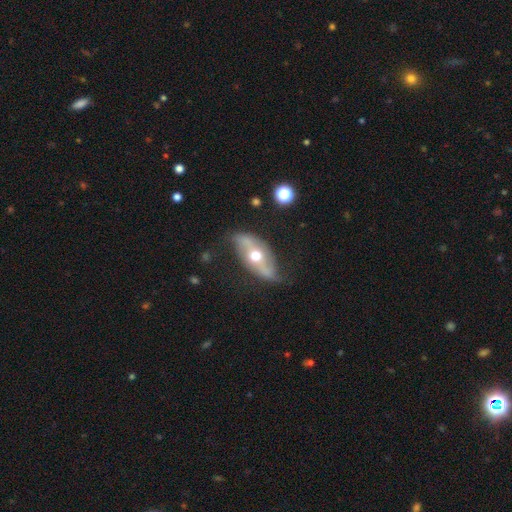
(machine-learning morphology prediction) A featured or disk galaxy (66%) with no bar (58%), spiral arms (62%) and a moderate central bulge (77%).

Vote fractions:
- Smooth or featured? featured or disk: 66% / smooth: 28% / star or artifact: 6%
- Edge-on disk? no: 80% / yes: 20%
- Bar? no: 58% / weak: 23% / strong: 18%
- Spiral arms? yes: 62% / no: 38%
- Bulge size? moderate: 77% / large: 11% / small: 10% / dominant: 1% / none: 1%
- Merging? none: 60% / minor disturbance: 26% / major disturbance: 11% / merger: 2%